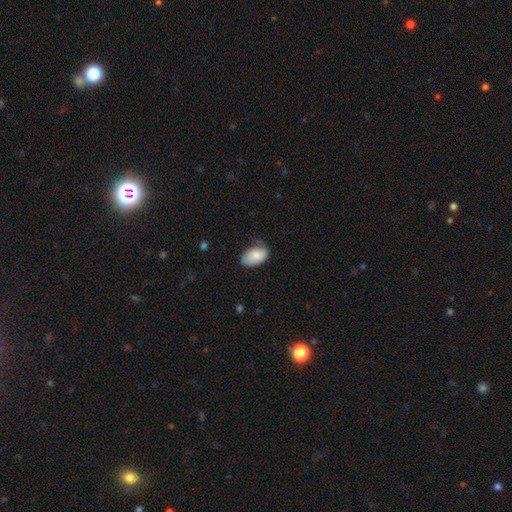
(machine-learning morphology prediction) smooth 83%, featured or disk 11%, star or artifact 7%. Down the decision tree: how rounded — in between (93%); merging — none (52%).